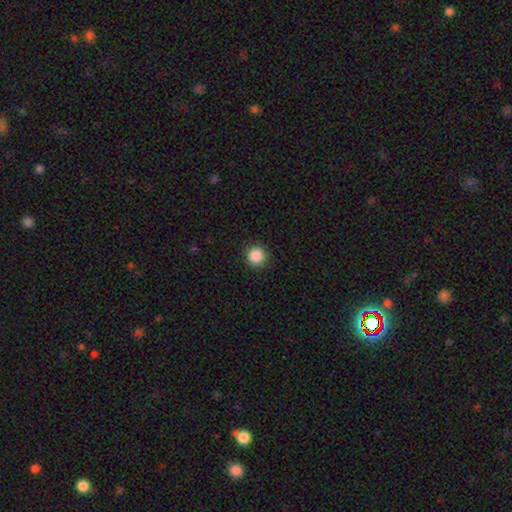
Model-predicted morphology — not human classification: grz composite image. It shows a smooth galaxy with no disk features (87%) that is round (95%). Merging: none (92%).